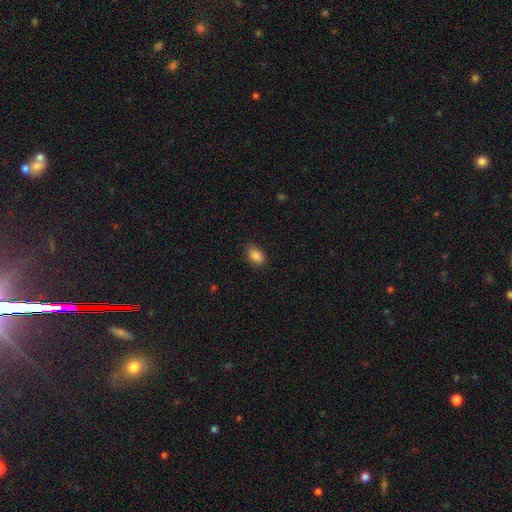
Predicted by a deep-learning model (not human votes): Q: Smooth or featured?
A: smooth (87%); runner-up: star or artifact (8%)
Q: How rounded?
A: in between (89%); runner-up: round (9%)
Q: Merging?
A: none (86%); runner-up: minor disturbance (11%)